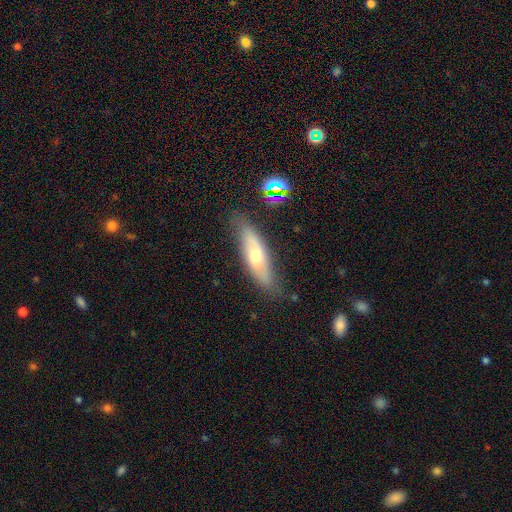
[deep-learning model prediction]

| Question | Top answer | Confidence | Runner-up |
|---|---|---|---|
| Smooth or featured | smooth | 52% | featured or disk (40%) |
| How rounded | cigar-shaped | 60% | in between (37%) |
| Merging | none | 75% | minor disturbance (18%) |